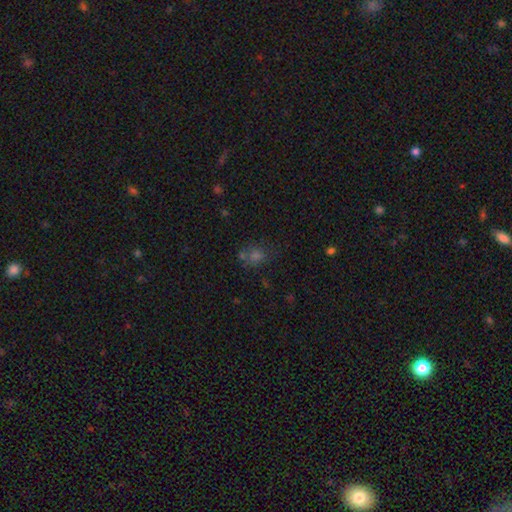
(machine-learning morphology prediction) smooth_or_featured: smooth (p=0.61) [alt: star or artifact p=0.28]
how_rounded: round (p=0.61) [alt: in between p=0.38]
merging: none (p=0.55) [alt: merger p=0.21]